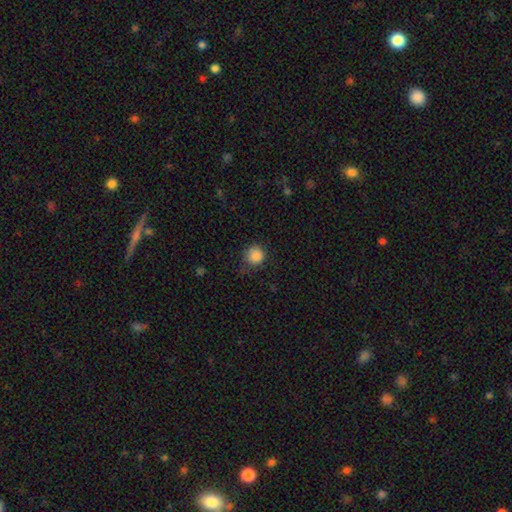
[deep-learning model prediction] smooth_or_featured: smooth (p=0.86) [alt: star or artifact p=0.10]
how_rounded: round (p=0.92) [alt: in between p=0.07]
merging: none (p=0.73) [alt: minor disturbance p=0.20]